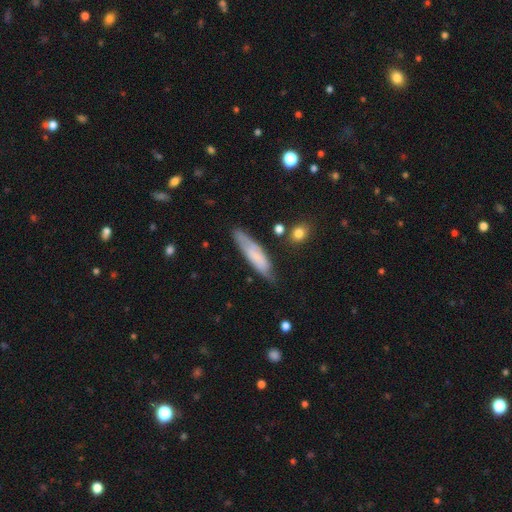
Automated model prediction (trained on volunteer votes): The model was most divided on "smooth or featured": smooth: 60%, featured or disk: 33%, star or artifact: 7%. More confident: how rounded — cigar-shaped (71%); merging — none (65%).